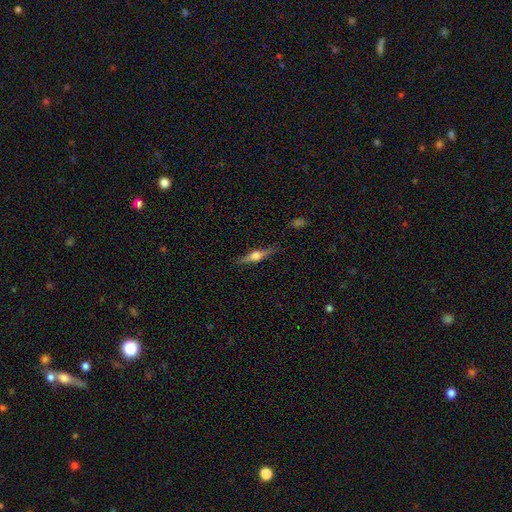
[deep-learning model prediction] Morphology: type=featured or disk (71%); edge-on=yes (98%); edge-on bulge=rounded (93%); merging=none (88%).